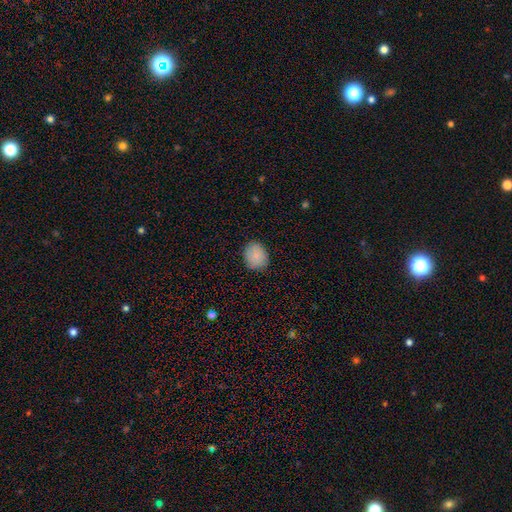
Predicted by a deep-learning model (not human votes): smooth 87%, star or artifact 8%, featured or disk 6%. Down the decision tree: how rounded — round (53%); merging — none (85%).